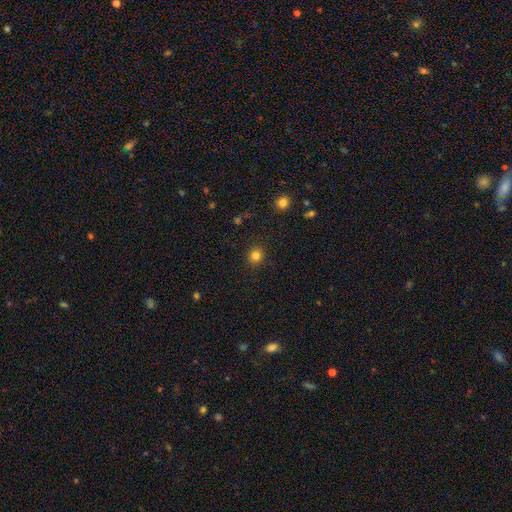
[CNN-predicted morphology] Smooth or featured? Predicted: smooth (p=0.81). How rounded? Predicted: round (p=0.83). Merging? Predicted: none (p=0.90).